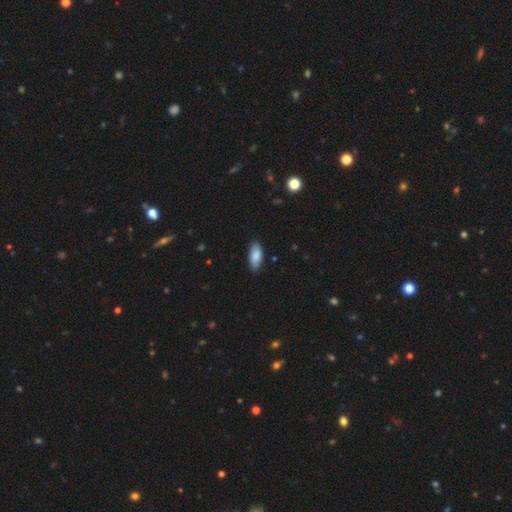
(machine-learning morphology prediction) smooth-or-featured: smooth: 84% | featured or disk: 10% | star or artifact: 6%
  how-rounded: in between: 85% | cigar-shaped: 13% | round: 2%
  merging: none: 85% | minor disturbance: 12% | major disturbance: 2% | merger: 1%